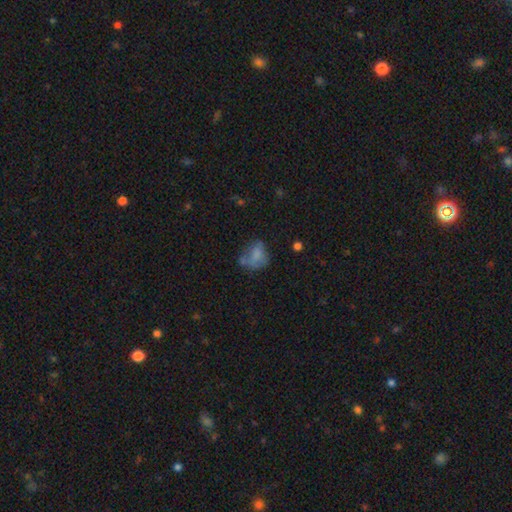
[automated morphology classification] A smooth galaxy with no disk features (67%) that is in between round and cigar-shaped (63%).

Vote fractions:
- Smooth or featured? smooth: 67% / featured or disk: 21% / star or artifact: 12%
- How rounded? in between: 63% / round: 35% / cigar-shaped: 2%
- Merging? none: 36% / minor disturbance: 27% / major disturbance: 21% / merger: 17%